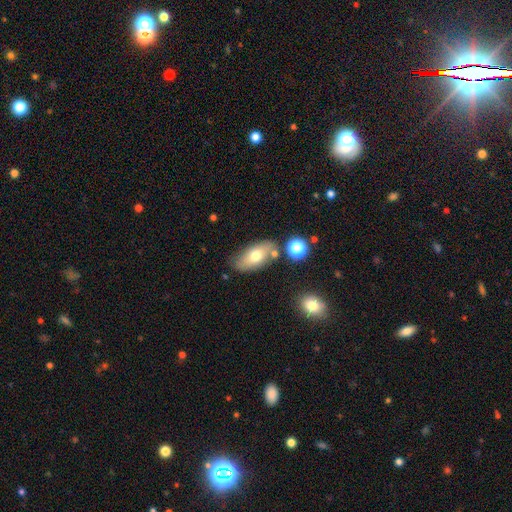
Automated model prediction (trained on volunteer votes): This is likely a smooth galaxy (66%). How rounded: clearly in between (86%). Merging: likely none (73%).